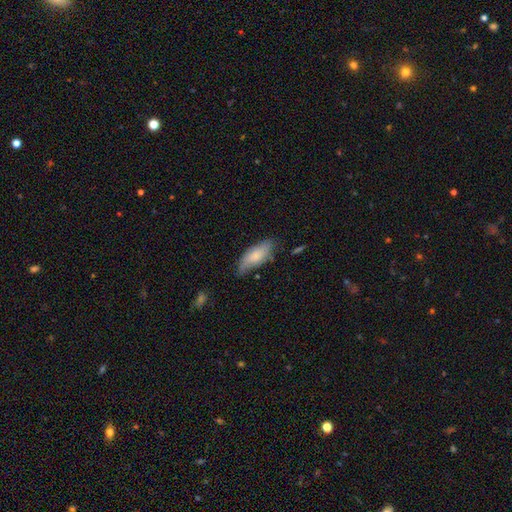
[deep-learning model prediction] smooth 71%, featured or disk 22%, star or artifact 6%. Down the decision tree: how rounded — in between (79%); merging — none (61%).